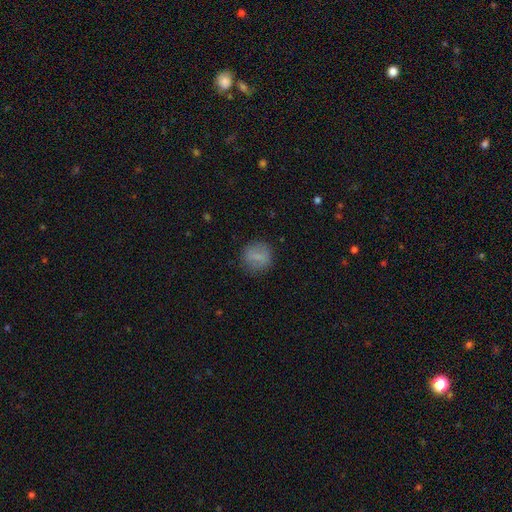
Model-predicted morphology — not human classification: The model was most divided on "smooth or featured": smooth: 68%, featured or disk: 21%, star or artifact: 11%. More confident: merging — none (84%); how rounded — round (77%).